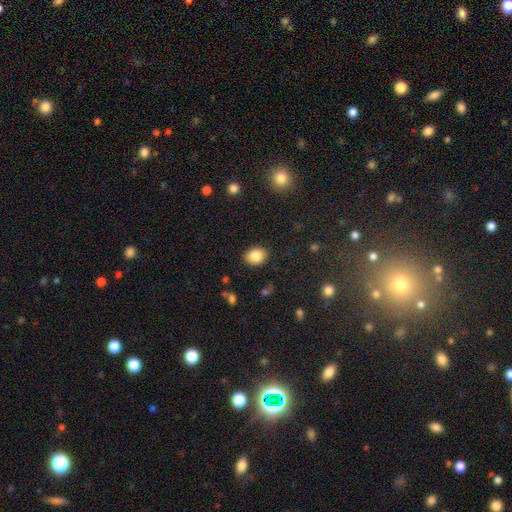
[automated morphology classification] A smooth galaxy with no disk features (85%) that is in between round and cigar-shaped (54%).

Vote fractions:
- Smooth or featured? smooth: 85% / star or artifact: 9% / featured or disk: 7%
- How rounded? in between: 54% / round: 45% / cigar-shaped: 1%
- Merging? none: 88% / minor disturbance: 8% / major disturbance: 2% / merger: 1%